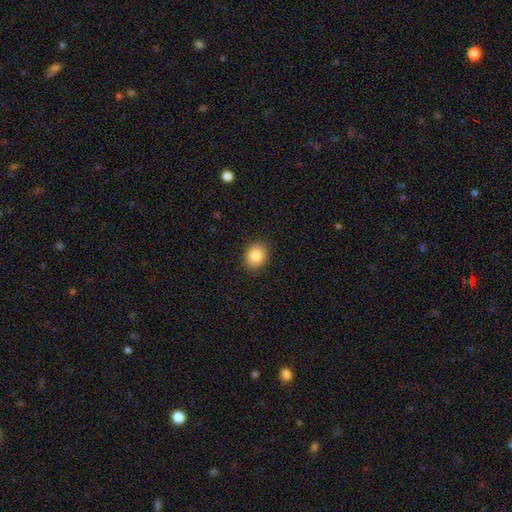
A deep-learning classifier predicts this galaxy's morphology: This is clearly a smooth galaxy (84%). How rounded: likely round (60%). Merging: clearly none (90%).